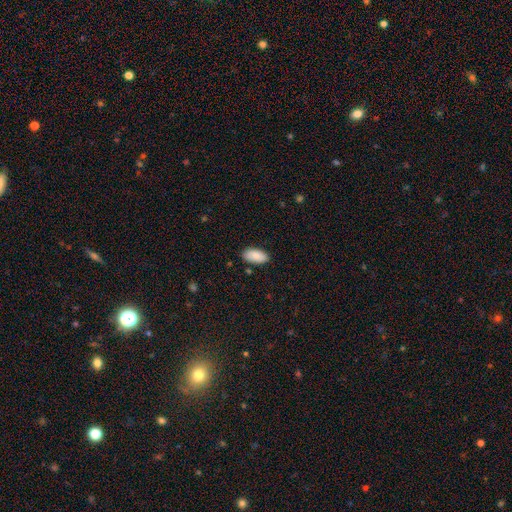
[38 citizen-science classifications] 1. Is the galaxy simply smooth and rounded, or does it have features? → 97% smooth, 3% star or artifact, 0% featured or disk.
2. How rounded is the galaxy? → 97% in between, 3% round, 0% cigar-shaped.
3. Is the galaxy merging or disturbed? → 97% none, 3% merger, 0% minor disturbance, 0% major disturbance.